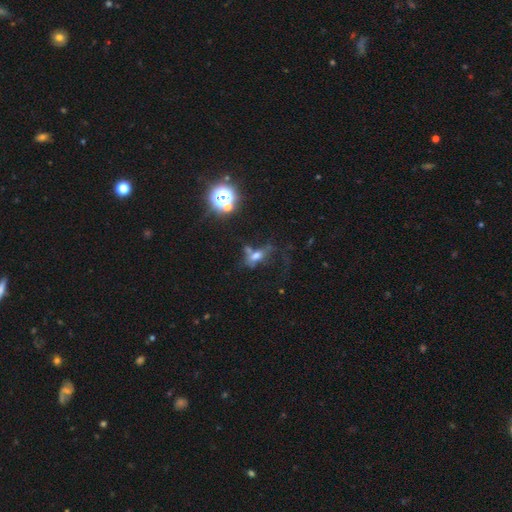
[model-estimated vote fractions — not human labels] Q: Smooth or featured?
A: smooth (47%); runner-up: featured or disk (29%)
Q: Merging?
A: major disturbance (31%); runner-up: none (29%)